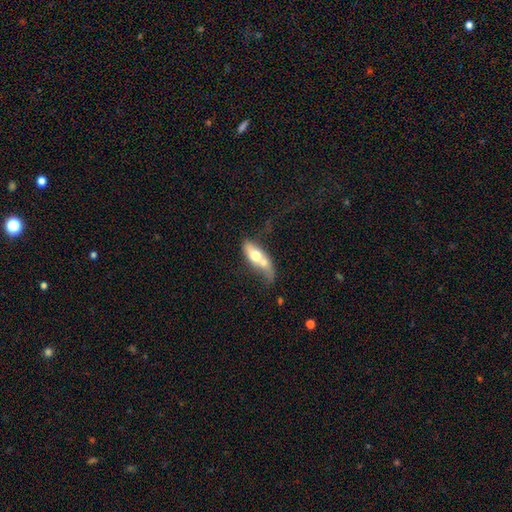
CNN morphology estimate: Q: Smooth or featured?
A: smooth (57%); runner-up: featured or disk (36%)
Q: How rounded?
A: in between (68%); runner-up: cigar-shaped (26%)
Q: Merging?
A: merger (57%); runner-up: none (20%)